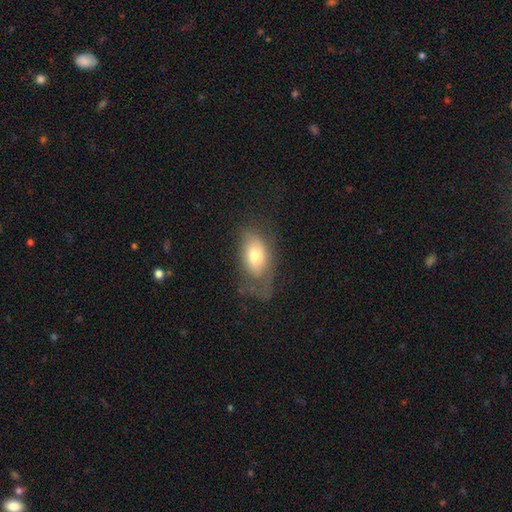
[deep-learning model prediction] Smooth or featured? Predicted: smooth (p=0.65). How rounded? Predicted: in between (p=0.89). Merging? Predicted: none (p=0.39).